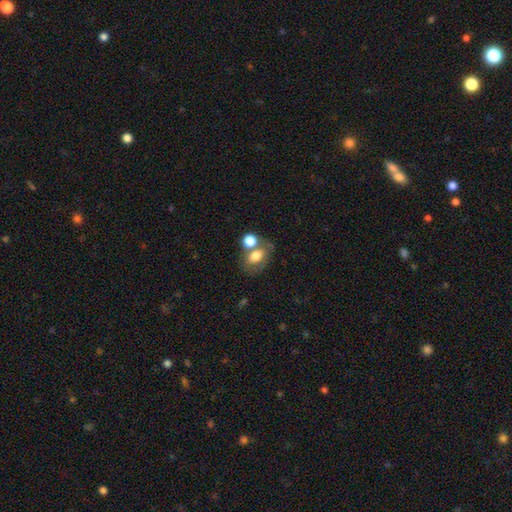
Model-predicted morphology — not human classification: Smooth or featured? Predicted: smooth (p=0.68). How rounded? Predicted: in between (p=0.71). Merging? Predicted: none (p=0.43).